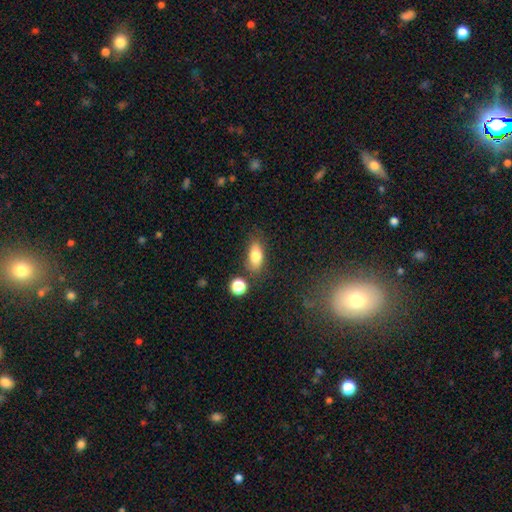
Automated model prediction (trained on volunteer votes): Morphology: type=smooth (79%); roundness=in between (83%); merging=none (75%).